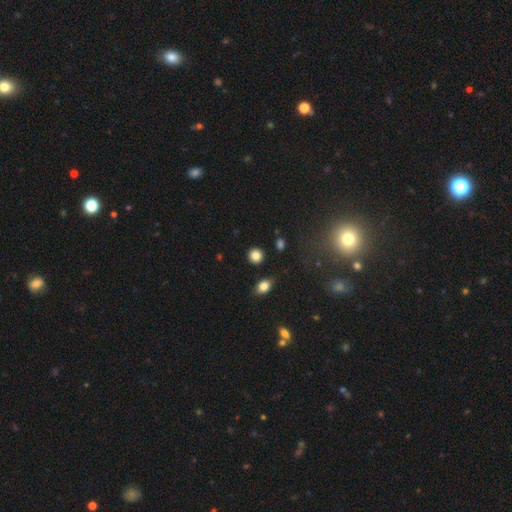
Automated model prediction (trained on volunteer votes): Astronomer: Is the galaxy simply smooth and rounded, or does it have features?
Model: smooth — 84%.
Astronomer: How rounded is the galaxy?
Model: round — 89%.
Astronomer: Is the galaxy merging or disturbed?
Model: none — 88%.